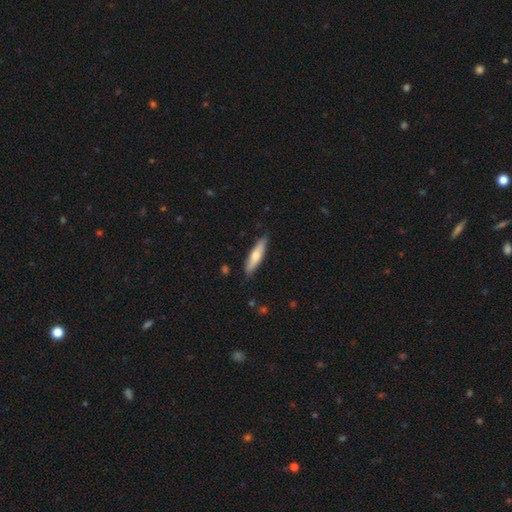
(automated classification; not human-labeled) Smooth or featured: smooth — 62% (featured or disk — 33%)
How rounded: cigar-shaped — 76% (in between — 22%)
Merging: none — 87% (minor disturbance — 10%)